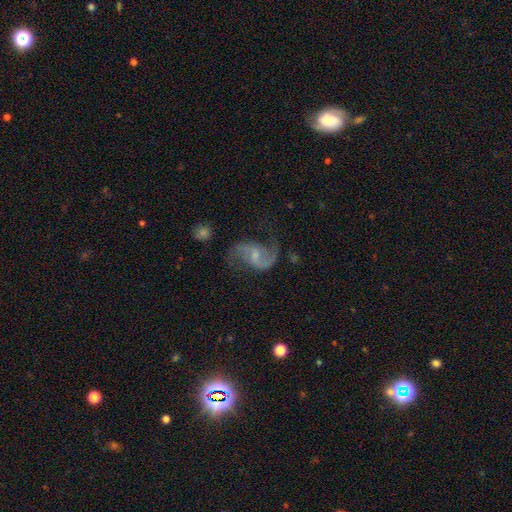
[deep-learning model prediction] A featured or disk galaxy (88%) with a weak bar (50%), 2 (93%) loose (55%) spiral arms (97%) and a small central bulge (55%).

Vote fractions:
- Smooth or featured? featured or disk: 88% / star or artifact: 6% / smooth: 6%
- Edge-on disk? no: 98% / yes: 2%
- Bar? weak: 50% / no: 36% / strong: 14%
- Spiral arms? yes: 97% / no: 3%
- Spiral winding? loose: 55% / medium: 38% / tight: 7%
- Spiral arm count? 2: 93% / can't tell: 2% / 1: 2% / 3: 1% / 4: 1% / more than 4: 1%
- Bulge size? small: 55% / moderate: 31% / none: 11% / large: 2% / dominant: 1%
- Merging? none: 70% / minor disturbance: 16% / major disturbance: 11% / merger: 2%